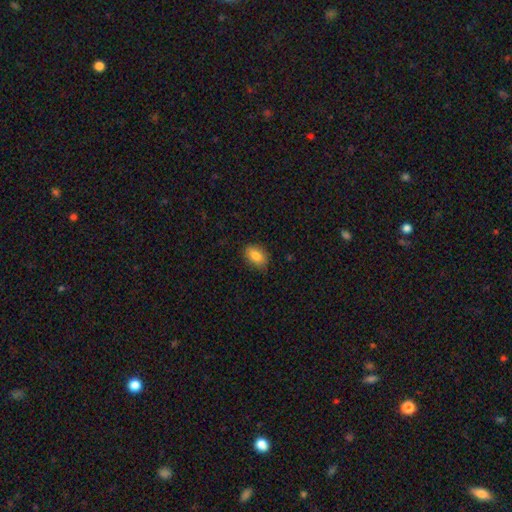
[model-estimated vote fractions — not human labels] smooth-or-featured: smooth: 82% | featured or disk: 10% | star or artifact: 8%
  how-rounded: in between: 83% | round: 14% | cigar-shaped: 3%
  merging: none: 82% | minor disturbance: 14% | major disturbance: 3% | merger: 1%